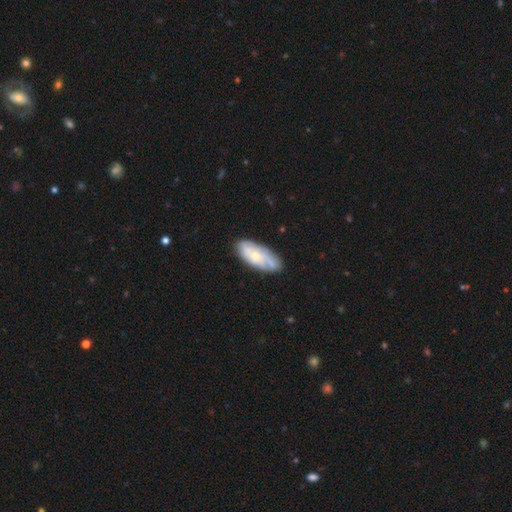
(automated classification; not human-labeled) The model was most divided on "smooth or featured": featured or disk: 52%, smooth: 42%, star or artifact: 6%. More confident: edge-on disk — no (89%); merging — none (73%).